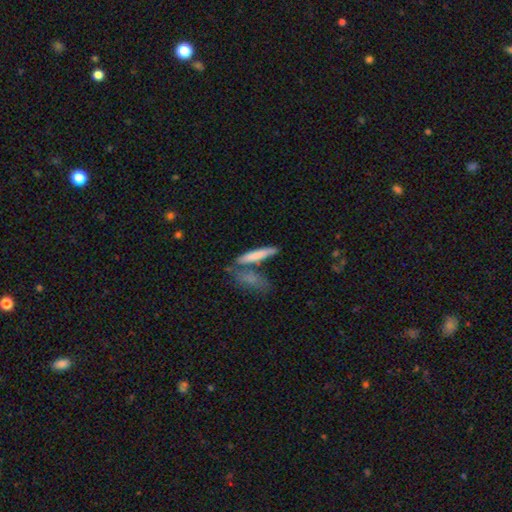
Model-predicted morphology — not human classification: Smooth or featured? Predicted: smooth (p=0.75). How rounded? Predicted: cigar-shaped (p=0.82). Merging? Predicted: none (p=0.60).